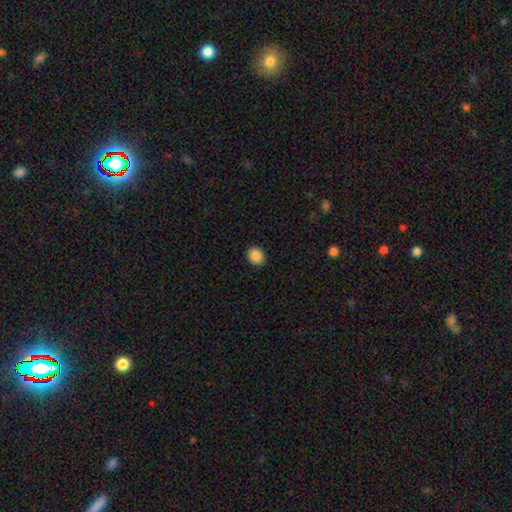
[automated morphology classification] smooth_or_featured: smooth (p=0.87) [alt: star or artifact p=0.09]
how_rounded: round (p=0.62) [alt: in between p=0.37]
merging: none (p=0.91) [alt: minor disturbance p=0.07]